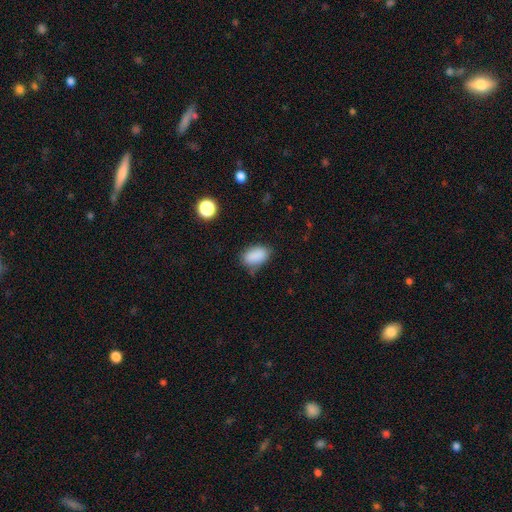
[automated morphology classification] The model was most divided on "merging": none: 64%, minor disturbance: 26%, major disturbance: 6%, merger: 3%. More confident: how rounded — in between (89%); smooth or featured — smooth (86%).